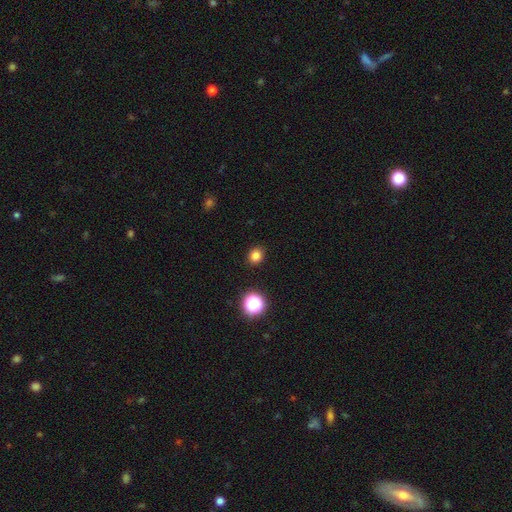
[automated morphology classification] A smooth galaxy with no disk features (81%) that is round (78%).

Vote fractions:
- Smooth or featured? smooth: 81% / star or artifact: 15% / featured or disk: 4%
- How rounded? round: 78% / in between: 21% / cigar-shaped: 1%
- Merging? none: 91% / minor disturbance: 6% / major disturbance: 2% / merger: 1%